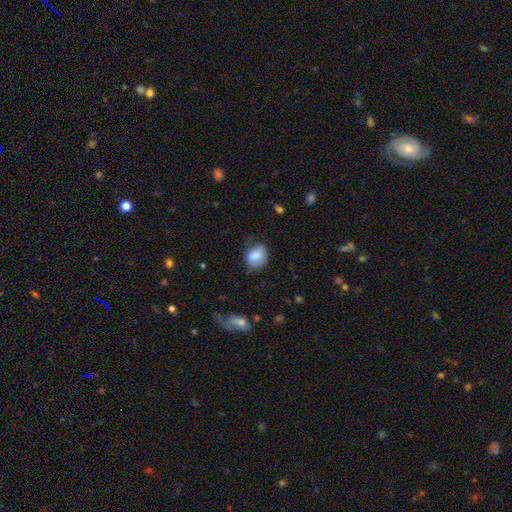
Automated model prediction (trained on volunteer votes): Smooth or featured? Predicted: smooth (p=0.80). How rounded? Predicted: in between (p=0.60). Merging? Predicted: none (p=0.59).